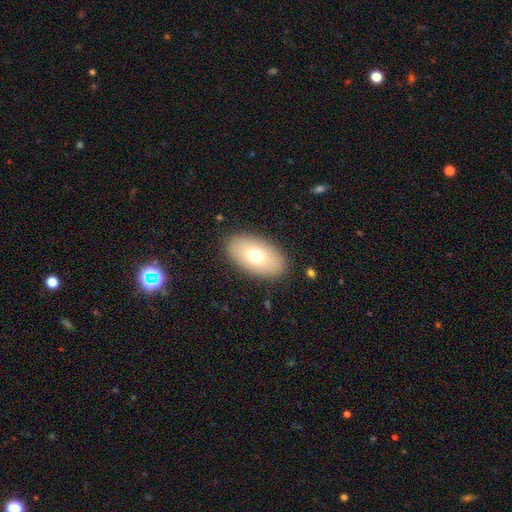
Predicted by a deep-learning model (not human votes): Q: Smooth or featured?
A: smooth (70%); runner-up: featured or disk (22%)
Q: How rounded?
A: in between (93%); runner-up: round (6%)
Q: Merging?
A: none (87%); runner-up: minor disturbance (9%)